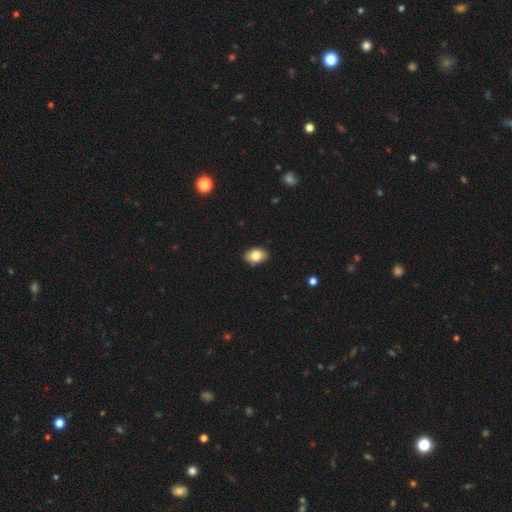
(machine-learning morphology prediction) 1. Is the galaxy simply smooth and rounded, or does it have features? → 83% smooth, 10% featured or disk, 8% star or artifact.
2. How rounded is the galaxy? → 85% in between, 14% round, 1% cigar-shaped.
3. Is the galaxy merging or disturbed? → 88% none, 9% minor disturbance, 2% major disturbance, 1% merger.